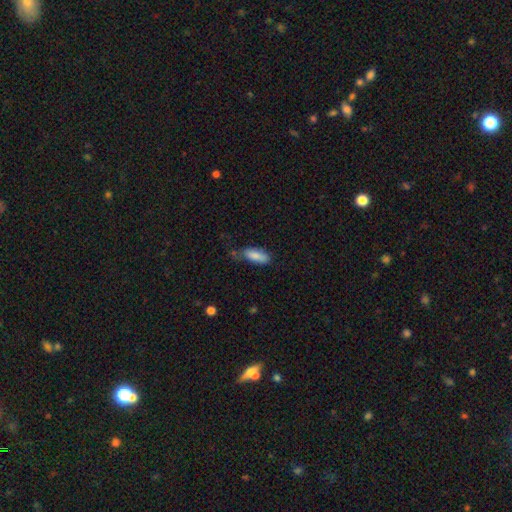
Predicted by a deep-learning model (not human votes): Smooth or featured? smooth (84%)
How rounded? in between (71%)
Merging? none (57%)